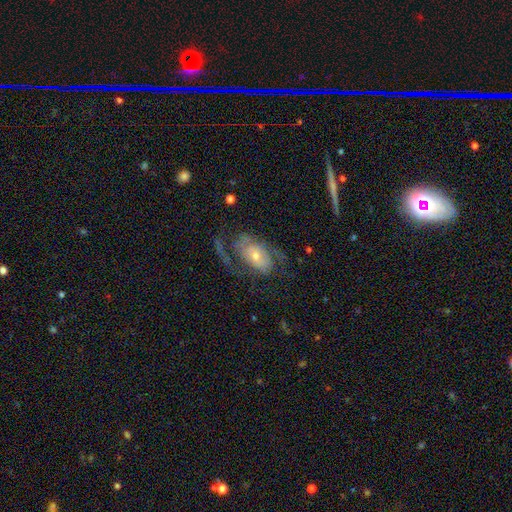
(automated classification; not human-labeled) The model was most divided on "spiral winding": medium: 41%, loose: 37%, tight: 22%. Remaining: edge-on disk — no (95%); spiral arms — yes (84%); smooth or featured — featured or disk (74%); bar — no (66%); spiral arm count — 2 (64%); bulge size — small (48%); merging — none (47%).